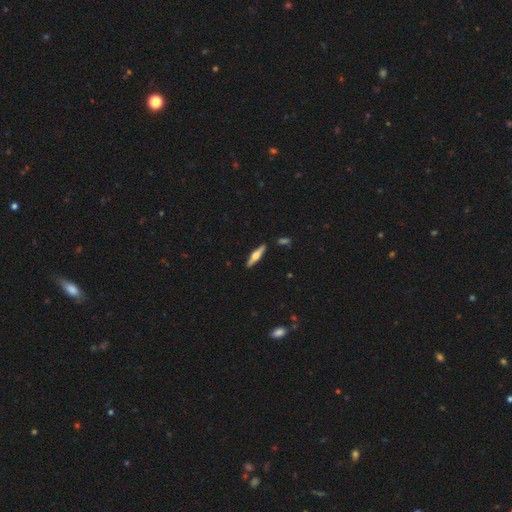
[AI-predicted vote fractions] Smooth or featured? featured or disk (58%)
Edge-on disk? yes (94%)
Edge-on bulge? rounded (93%)
Merging? none (89%)